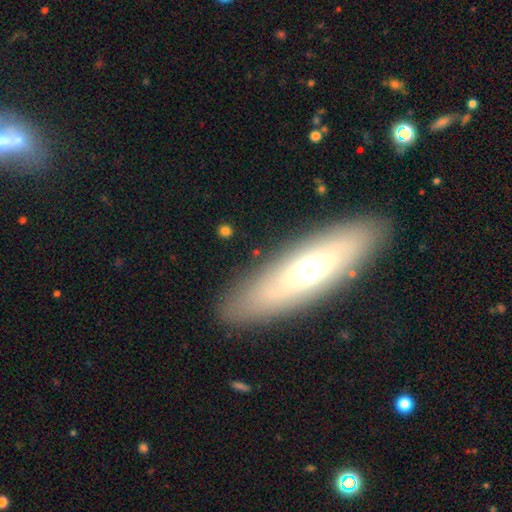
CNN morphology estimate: smooth_or_featured: featured or disk (p=0.48) [alt: smooth p=0.44]
merging: none (p=0.87) [alt: minor disturbance p=0.09]